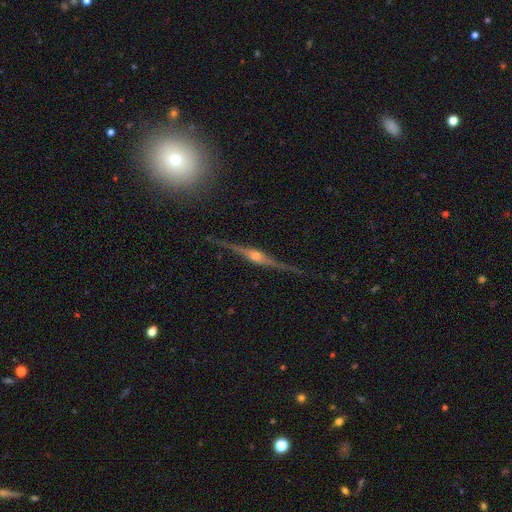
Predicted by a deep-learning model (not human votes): featured or disk 87%, star or artifact 7%, smooth 6%. Down the decision tree: edge-on disk — yes (97%); edge-on bulge — rounded (91%); merging — none (86%).